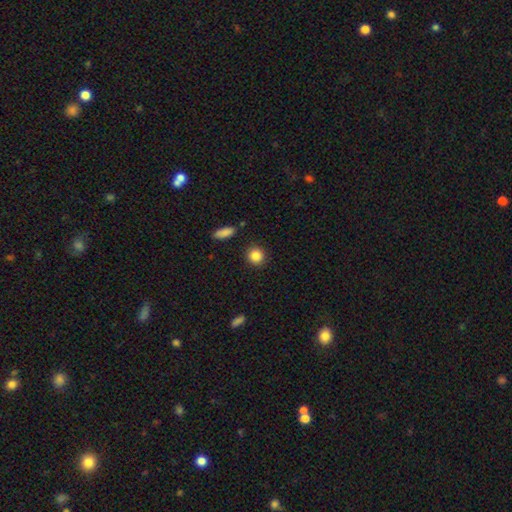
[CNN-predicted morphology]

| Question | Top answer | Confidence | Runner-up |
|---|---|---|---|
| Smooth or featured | smooth | 86% | star or artifact (9%) |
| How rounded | round | 89% | in between (9%) |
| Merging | none | 91% | minor disturbance (6%) |